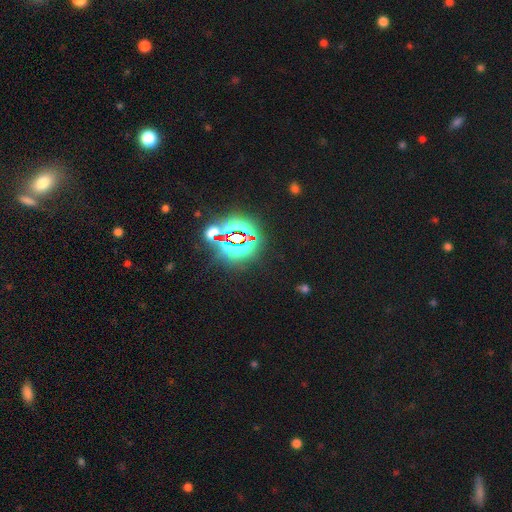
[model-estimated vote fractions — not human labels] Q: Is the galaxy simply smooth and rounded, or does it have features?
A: star or artifact — 82%.